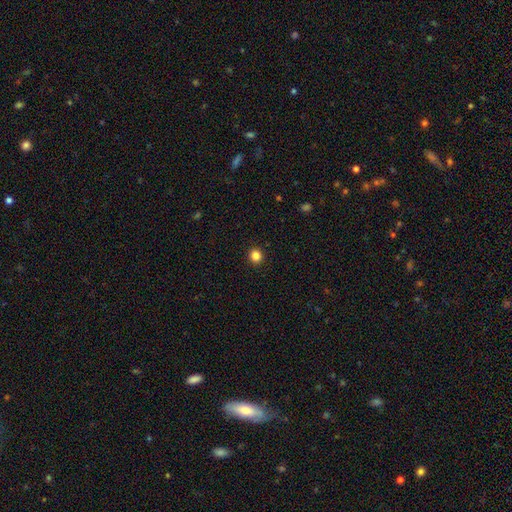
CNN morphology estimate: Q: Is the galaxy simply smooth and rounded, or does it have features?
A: smooth — 84%.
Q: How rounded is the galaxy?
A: round — 91%.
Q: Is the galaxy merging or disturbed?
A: none — 93%.